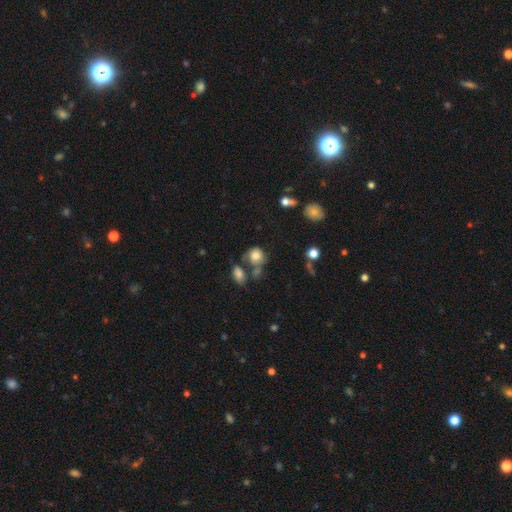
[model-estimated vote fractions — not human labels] A smooth galaxy with no disk features (77%) that is round (70%). Merging: none (42%).